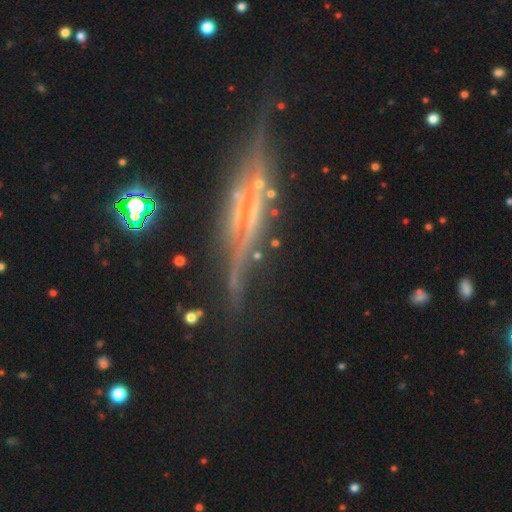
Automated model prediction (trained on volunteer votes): Q: Smooth or featured?
A: featured or disk (64%); runner-up: star or artifact (19%)
Q: Edge-on disk?
A: yes (80%); runner-up: no (20%)
Q: Edge-on bulge?
A: none (43%); runner-up: rounded (33%)
Q: Merging?
A: none (70%); runner-up: minor disturbance (17%)